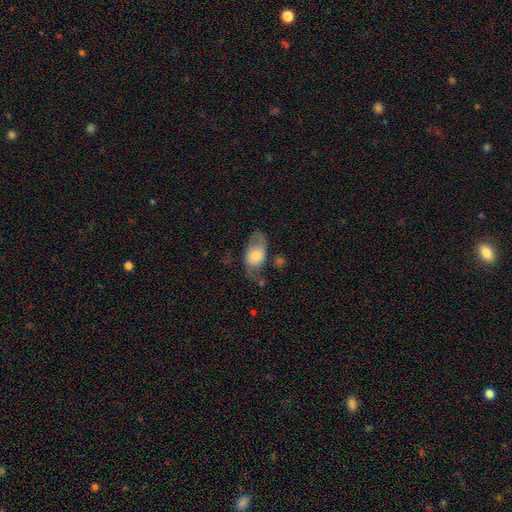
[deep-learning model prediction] smooth-or-featured: smooth: 52% | featured or disk: 41% | star or artifact: 7%
  how-rounded: in between: 84% | round: 13% | cigar-shaped: 3%
  merging: none: 45% | minor disturbance: 28% | major disturbance: 23% | merger: 4%